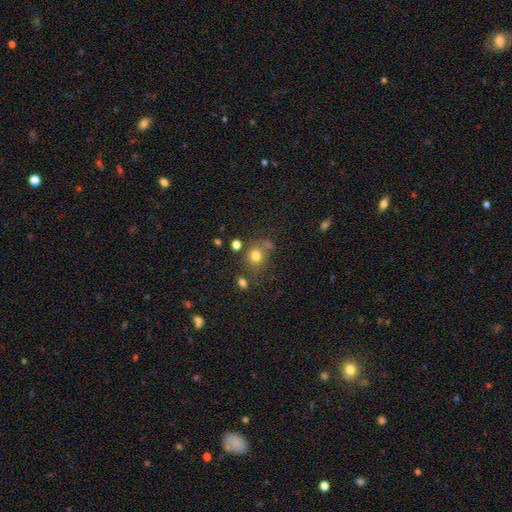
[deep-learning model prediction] Q: Smooth or featured?
A: smooth (76%); runner-up: star or artifact (14%)
Q: How rounded?
A: round (72%); runner-up: in between (27%)
Q: Merging?
A: none (60%); runner-up: minor disturbance (16%)